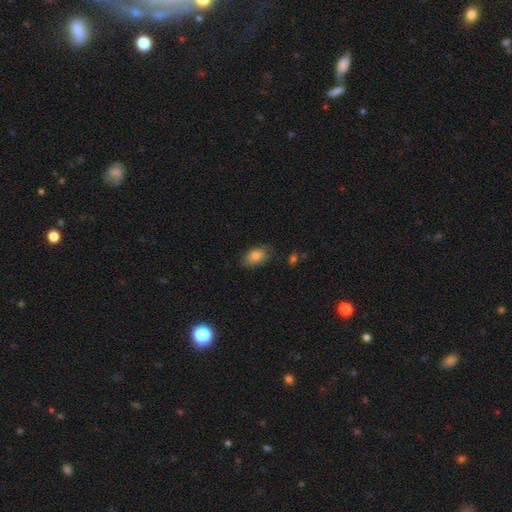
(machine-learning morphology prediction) smooth_or_featured: smooth (p=0.80) [alt: featured or disk p=0.12]
how_rounded: in between (p=0.89) [alt: round p=0.09]
merging: none (p=0.76) [alt: minor disturbance p=0.18]